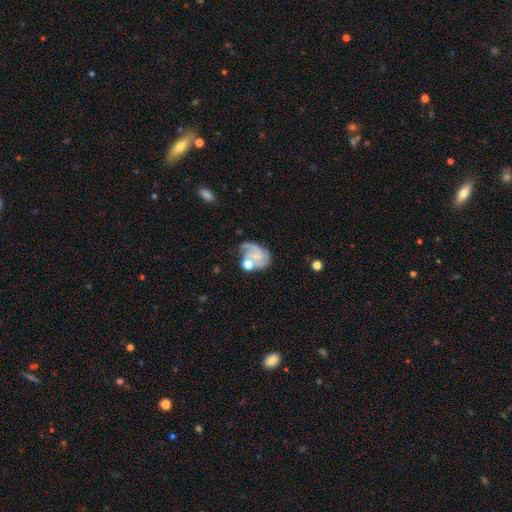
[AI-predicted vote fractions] featured or disk 68%, smooth 23%, star or artifact 9%. Down the decision tree: edge-on disk — no (98%); bar — no (61%); spiral arms — yes (88%); spiral arm count — 2 (40%); spiral winding — medium (43%); bulge size — small (52%); merging — none (39%).